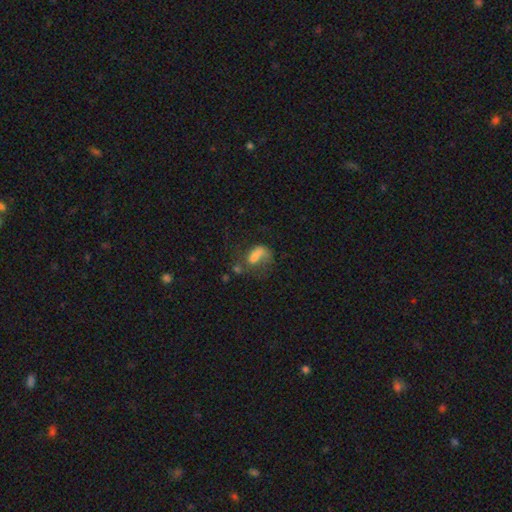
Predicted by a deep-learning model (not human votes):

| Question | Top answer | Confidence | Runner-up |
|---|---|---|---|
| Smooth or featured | smooth | 58% | featured or disk (29%) |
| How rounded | in between | 82% | cigar-shaped (9%) |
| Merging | major disturbance | 47% | none (24%) |